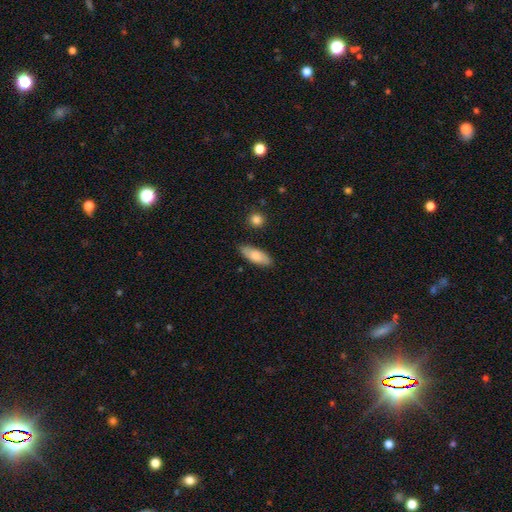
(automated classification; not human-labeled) Q: Smooth or featured?
A: smooth (75%); runner-up: featured or disk (19%)
Q: How rounded?
A: in between (74%); runner-up: cigar-shaped (24%)
Q: Merging?
A: none (84%); runner-up: minor disturbance (12%)